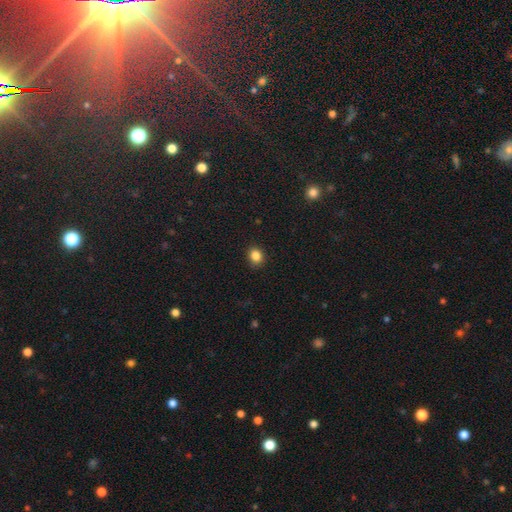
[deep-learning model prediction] A smooth galaxy with no disk features (85%) that is round (65%).

Vote fractions:
- Smooth or featured? smooth: 85% / star or artifact: 11% / featured or disk: 4%
- How rounded? round: 65% / in between: 34% / cigar-shaped: 1%
- Merging? none: 89% / minor disturbance: 8% / major disturbance: 2% / merger: 1%